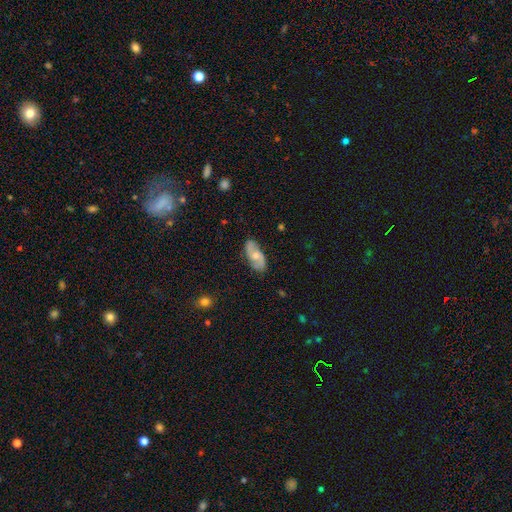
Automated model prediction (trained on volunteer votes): Morphology: type=featured or disk (65%); edge-on=no (93%); bar=no (59%); spiral arms=yes (90%); winding=medium (44%); arm count=2 (88%); bulge=moderate (52%); merging=none (80%).